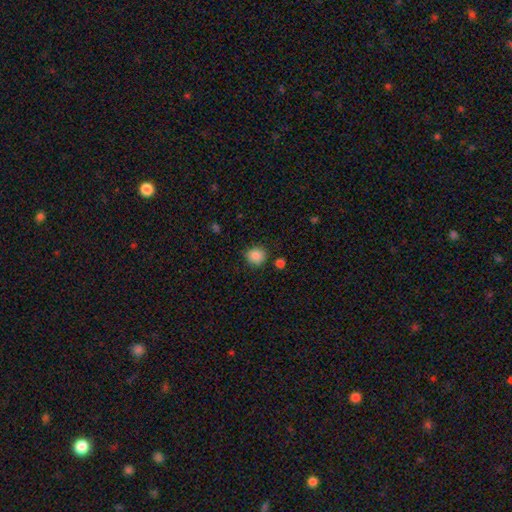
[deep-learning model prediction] smooth-or-featured: smooth: 87% | star or artifact: 10% | featured or disk: 3%
  how-rounded: round: 88% | in between: 11% | cigar-shaped: 1%
  merging: none: 83% | minor disturbance: 11% | merger: 3% | major disturbance: 3%